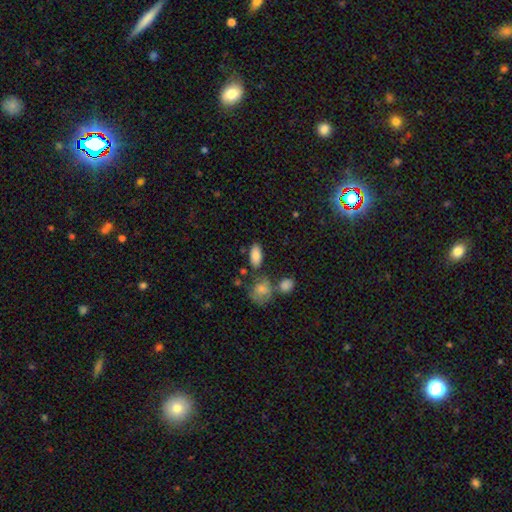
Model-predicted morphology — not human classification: smooth-or-featured: smooth: 83% | featured or disk: 9% | star or artifact: 8%
  how-rounded: in between: 90% | cigar-shaped: 6% | round: 4%
  merging: none: 73% | minor disturbance: 13% | merger: 10% | major disturbance: 4%